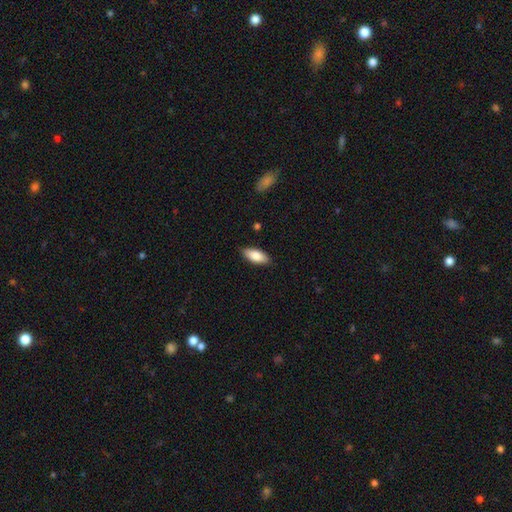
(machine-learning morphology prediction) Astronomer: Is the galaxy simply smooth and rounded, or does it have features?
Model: smooth — 84%.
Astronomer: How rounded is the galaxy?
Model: in between — 85%.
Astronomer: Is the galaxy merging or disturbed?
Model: none — 86%.